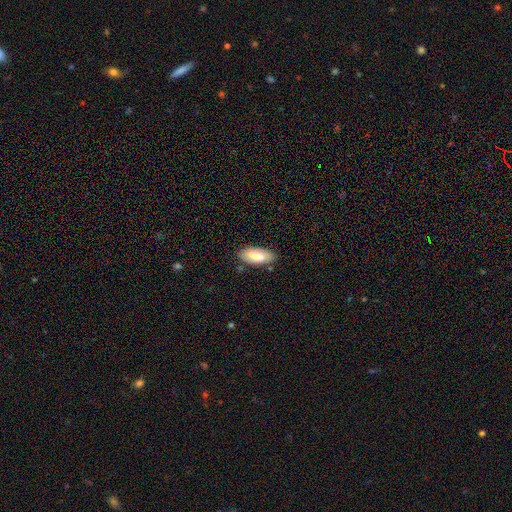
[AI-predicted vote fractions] Smooth or featured? Predicted: smooth (p=0.71). How rounded? Predicted: in between (p=0.87). Merging? Predicted: none (p=0.80).